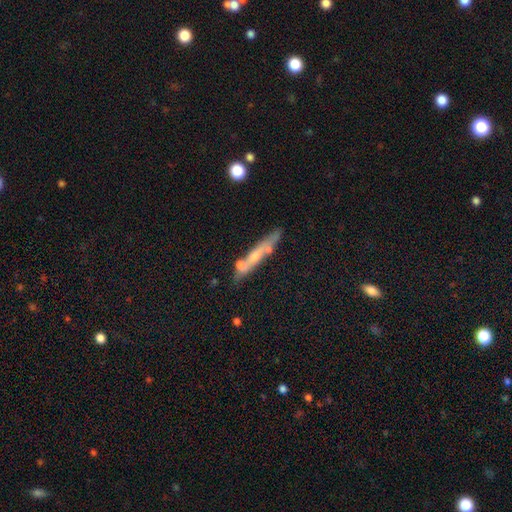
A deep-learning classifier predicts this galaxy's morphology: Overall: featured or disk (47%; smooth 44%). Merging: none (61%).